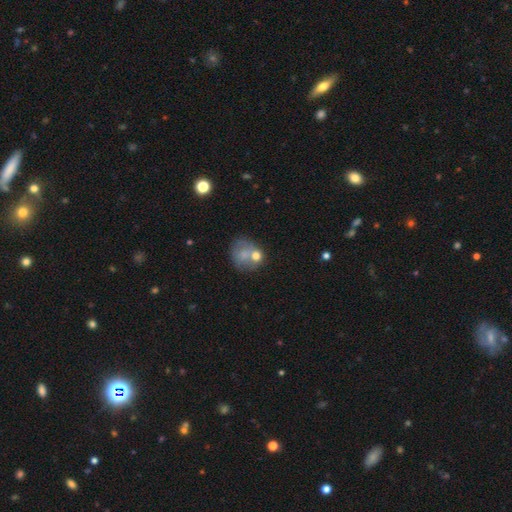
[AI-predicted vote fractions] Q: Smooth or featured?
A: smooth (64%); runner-up: featured or disk (26%)
Q: How rounded?
A: round (62%); runner-up: in between (37%)
Q: Merging?
A: none (36%); runner-up: merger (32%)